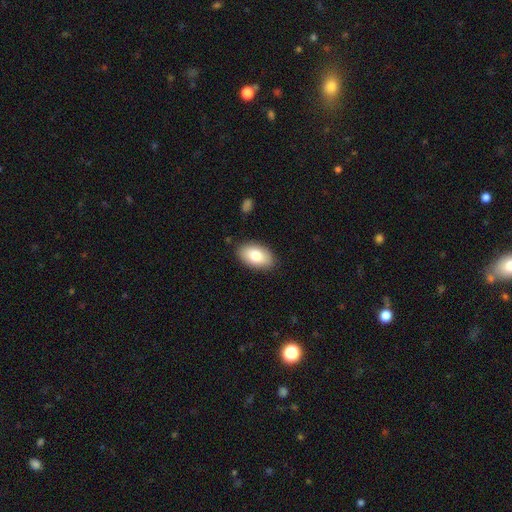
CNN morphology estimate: Smooth or featured: smooth — 81% (featured or disk — 13%)
How rounded: in between — 94% (round — 5%)
Merging: none — 86% (minor disturbance — 11%)